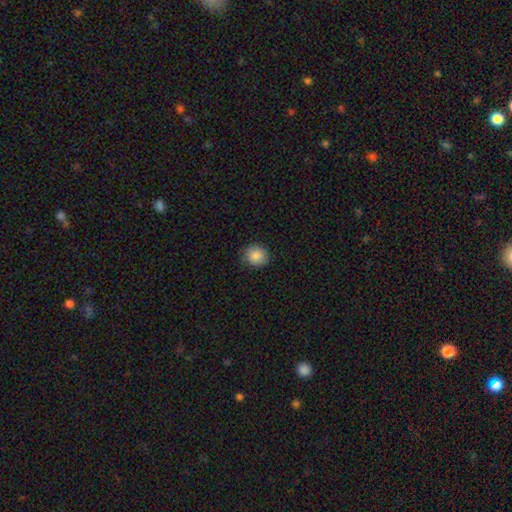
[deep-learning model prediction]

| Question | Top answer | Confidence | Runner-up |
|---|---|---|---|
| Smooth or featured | smooth | 87% | star or artifact (9%) |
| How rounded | round | 80% | in between (19%) |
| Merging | none | 86% | minor disturbance (11%) |